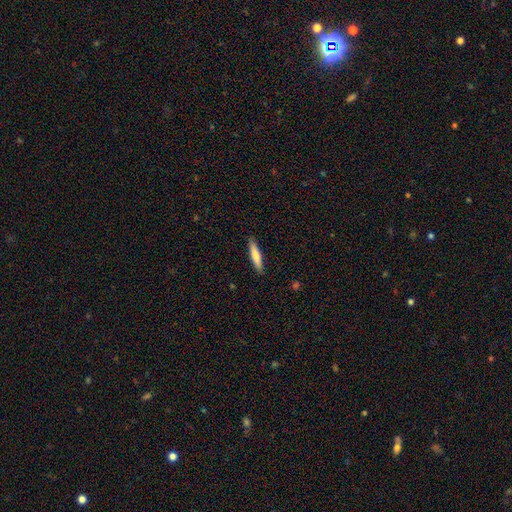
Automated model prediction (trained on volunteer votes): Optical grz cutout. It shows a smooth galaxy with no disk features (74%) that is cigar-shaped (85%). Merging: none (90%).